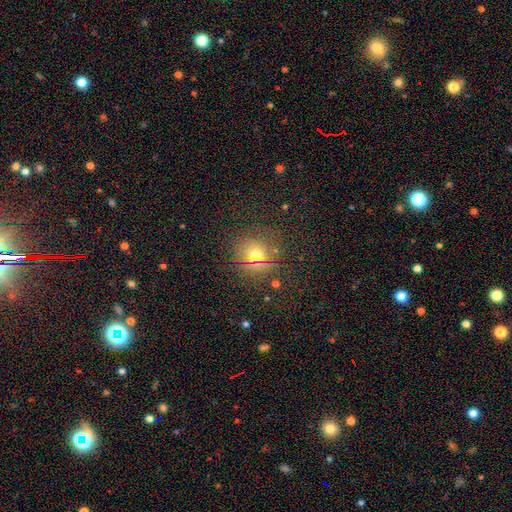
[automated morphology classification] This is possibly a smooth galaxy (55%). How rounded: clearly round (88%). Merging: clearly none (83%).